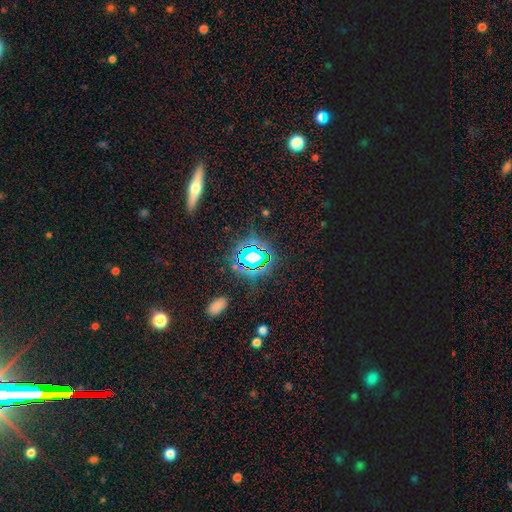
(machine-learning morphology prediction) Smooth or featured: star or artifact — 70% (smooth — 18%)